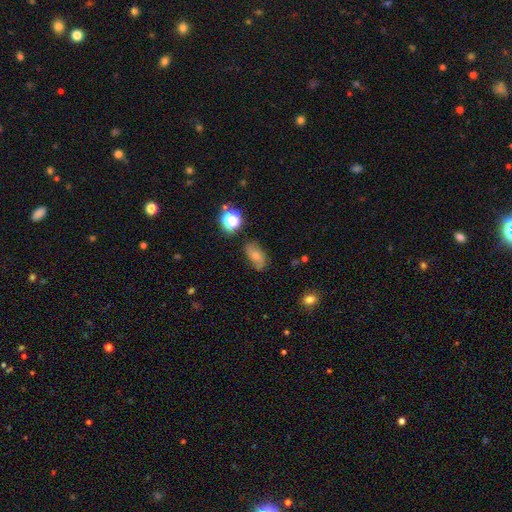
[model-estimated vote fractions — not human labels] smooth_or_featured: smooth (p=0.41) [alt: featured or disk p=0.38]
merging: none (p=0.74) [alt: minor disturbance p=0.19]